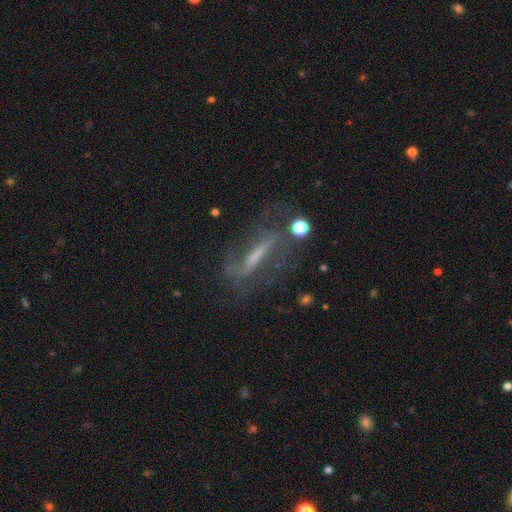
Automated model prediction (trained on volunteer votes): This is likely a featured or disk galaxy (71%). It is likely not viewed edge-on (66%). Merging: possibly none (56%).